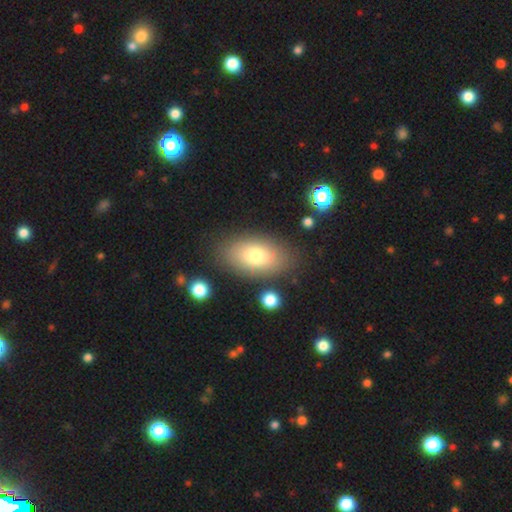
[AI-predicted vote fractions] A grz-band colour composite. It shows a smooth galaxy with no disk features (72%) that is in between round and cigar-shaped (91%). Merging: none (80%).